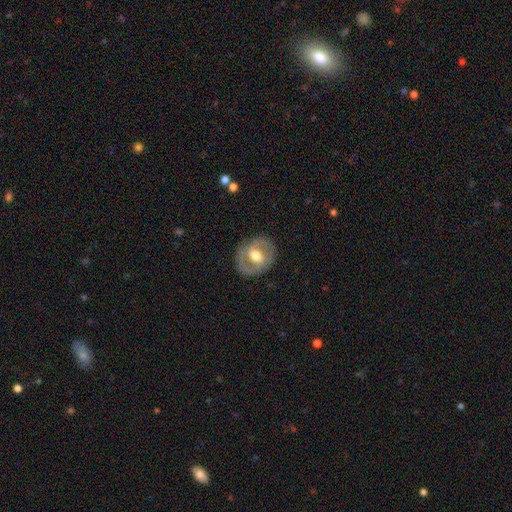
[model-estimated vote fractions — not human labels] This is likely a featured or disk galaxy (67%). It is clearly not viewed edge-on (96%). Bar: marginally weak (45%). Spiral arm pattern: possibly yes (59%). Central bulge: likely moderate (70%). Merging: clearly none (82%).